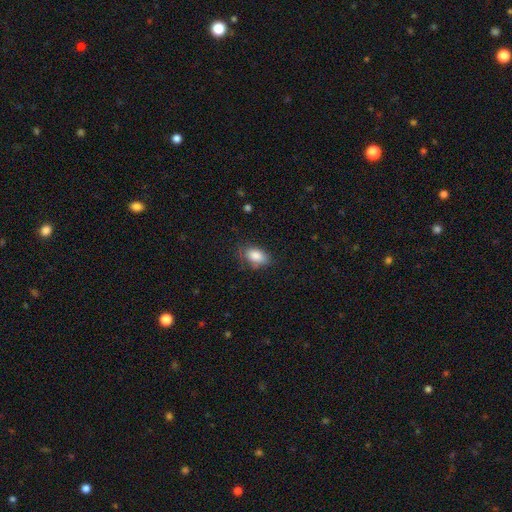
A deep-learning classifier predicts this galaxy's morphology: This is clearly a smooth galaxy (85%). How rounded: clearly in between (89%). Merging: likely none (69%).